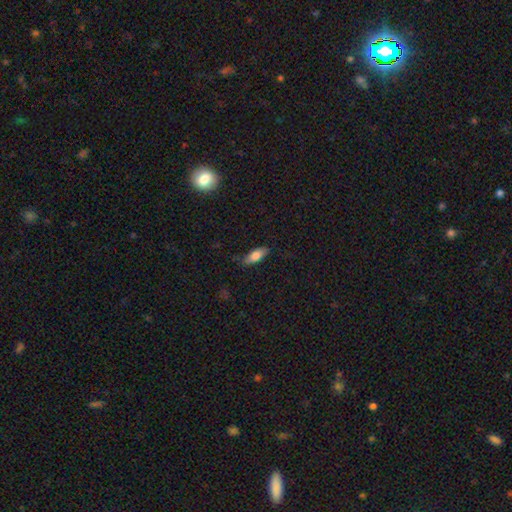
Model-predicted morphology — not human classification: A smooth galaxy with no disk features (76%) that is in between round and cigar-shaped (72%). Merging: none (77%).